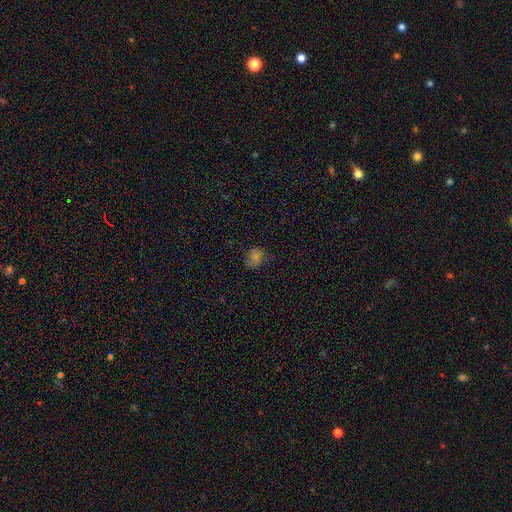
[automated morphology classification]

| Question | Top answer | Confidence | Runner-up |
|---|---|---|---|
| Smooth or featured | smooth | 62% | star or artifact (22%) |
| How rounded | in between | 53% | round (46%) |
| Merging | none | 64% | minor disturbance (25%) |